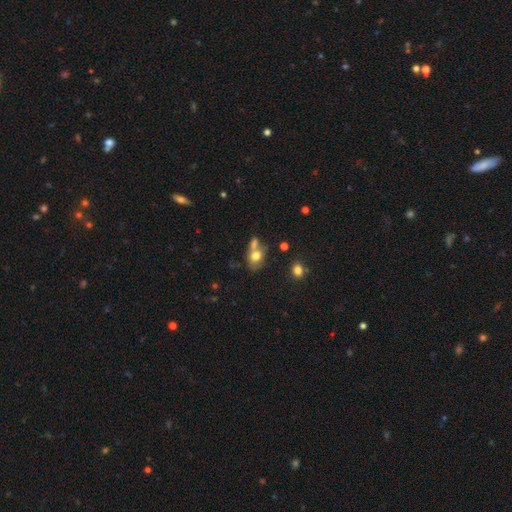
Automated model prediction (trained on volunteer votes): This is likely a smooth galaxy (73%). How rounded: likely in between (65%). Merging: possibly merger (46%).